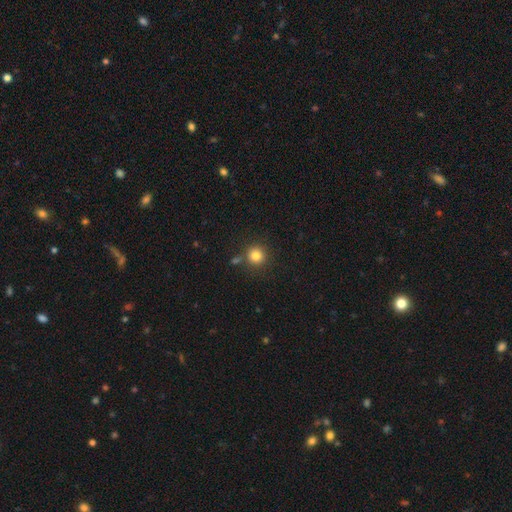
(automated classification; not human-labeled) Smooth or featured: smooth — 82% (star or artifact — 12%)
How rounded: round — 93% (in between — 6%)
Merging: none — 80% (merger — 9%)